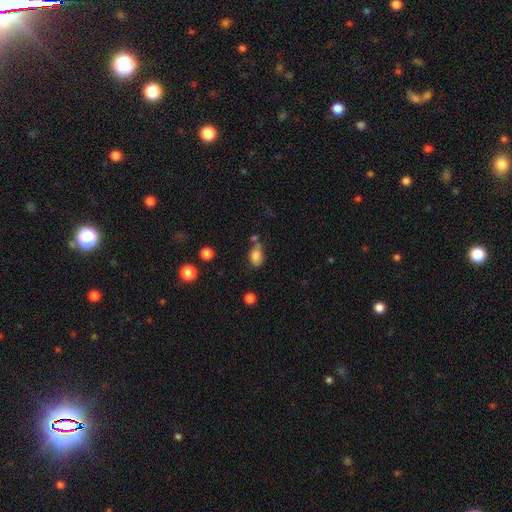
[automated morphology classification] smooth-or-featured: smooth: 82% | star or artifact: 10% | featured or disk: 8%
  how-rounded: in between: 81% | round: 17% | cigar-shaped: 2%
  merging: none: 50% | minor disturbance: 23% | merger: 19% | major disturbance: 8%